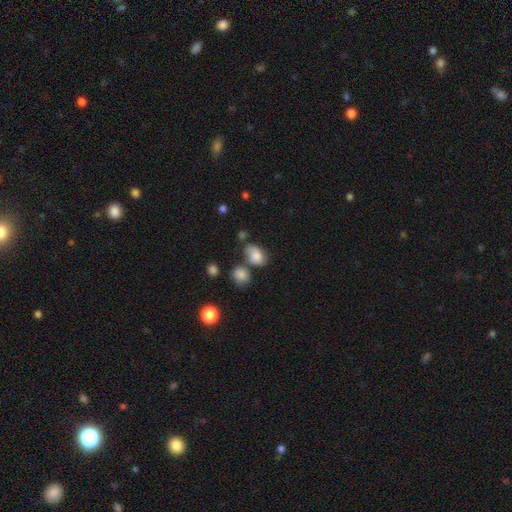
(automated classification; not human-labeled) smooth 76%, featured or disk 15%, star or artifact 10%. Down the decision tree: how rounded — in between (79%); merging — none (46%).